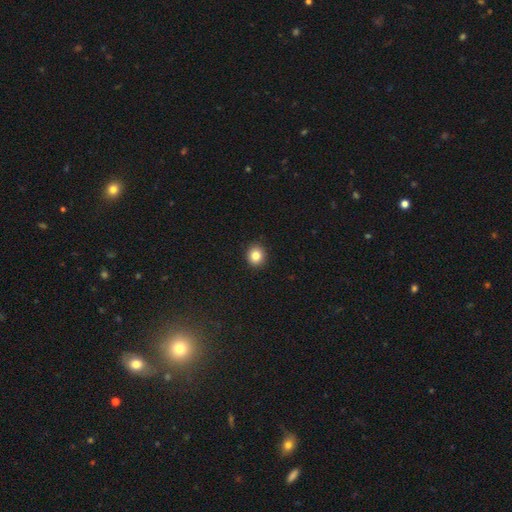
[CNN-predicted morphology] Smooth or featured: smooth — 84% (star or artifact — 10%)
How rounded: round — 86% (in between — 13%)
Merging: none — 92% (minor disturbance — 5%)